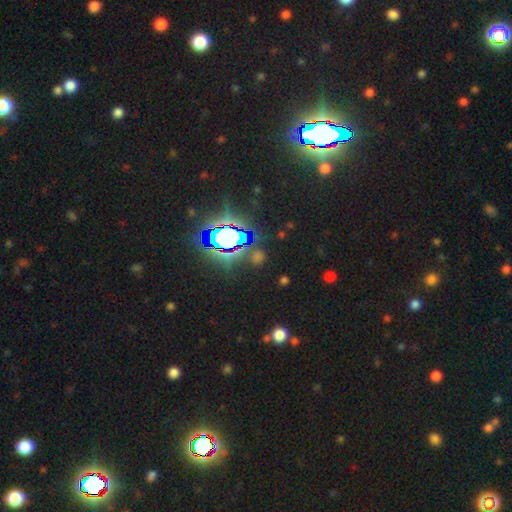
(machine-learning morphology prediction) Smooth or featured? star or artifact (72%)